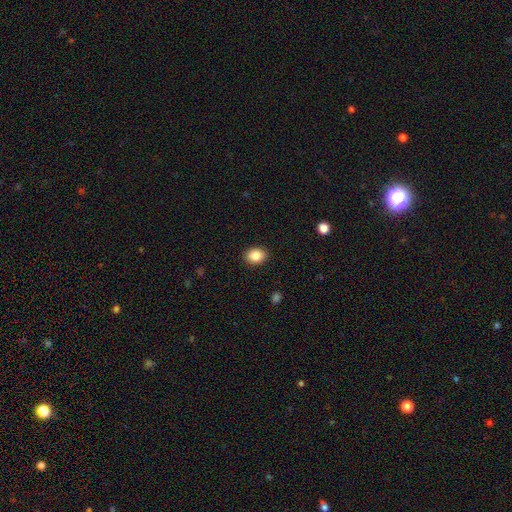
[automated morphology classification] This appears to be a smooth galaxy with no disk features (85%) that is round (50%). Merging: none (91%).